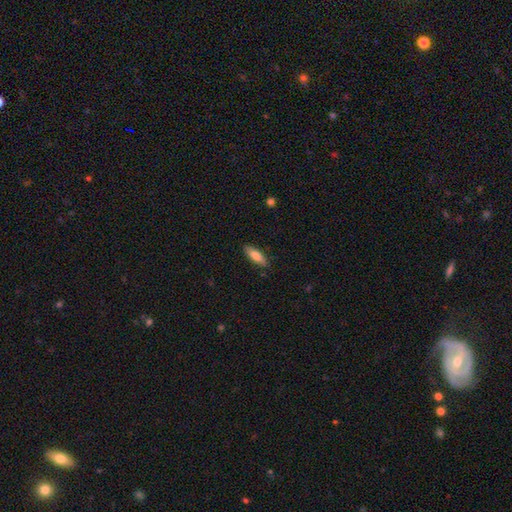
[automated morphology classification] Smooth or featured? smooth (73%)
How rounded? cigar-shaped (54%)
Merging? none (86%)